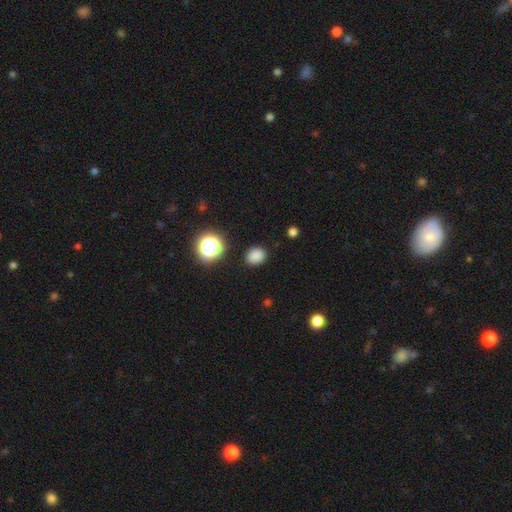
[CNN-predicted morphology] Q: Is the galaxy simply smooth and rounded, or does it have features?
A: smooth — 81%.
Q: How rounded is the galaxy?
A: round — 57%.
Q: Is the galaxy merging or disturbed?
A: none — 86%.